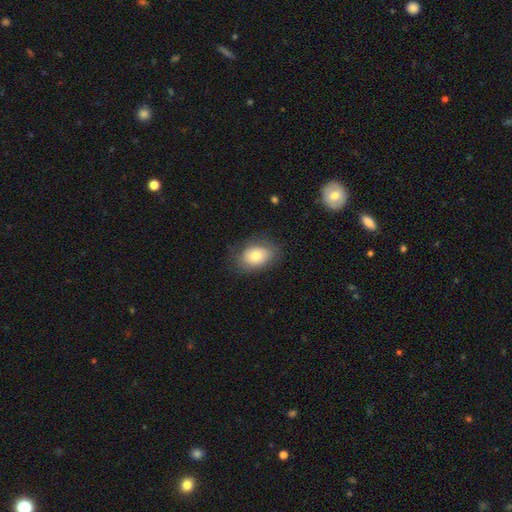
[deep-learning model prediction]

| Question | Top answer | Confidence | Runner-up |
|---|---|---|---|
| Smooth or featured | smooth | 75% | featured or disk (17%) |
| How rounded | in between | 78% | round (21%) |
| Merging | none | 77% | minor disturbance (16%) |